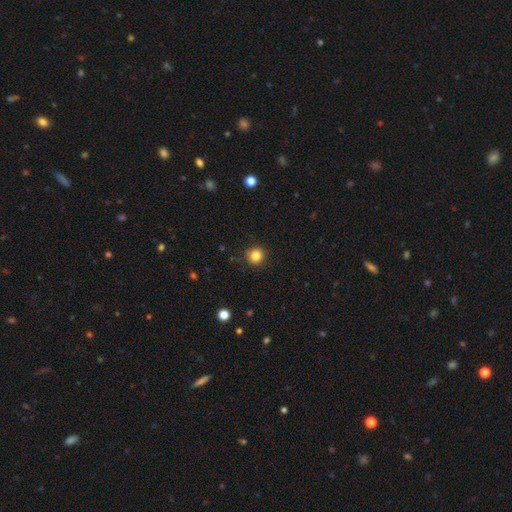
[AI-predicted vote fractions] A smooth galaxy with no disk features (84%) that is round (90%).

Vote fractions:
- Smooth or featured? smooth: 84% / star or artifact: 12% / featured or disk: 4%
- How rounded? round: 90% / in between: 9% / cigar-shaped: 1%
- Merging? none: 88% / minor disturbance: 9% / major disturbance: 2% / merger: 1%